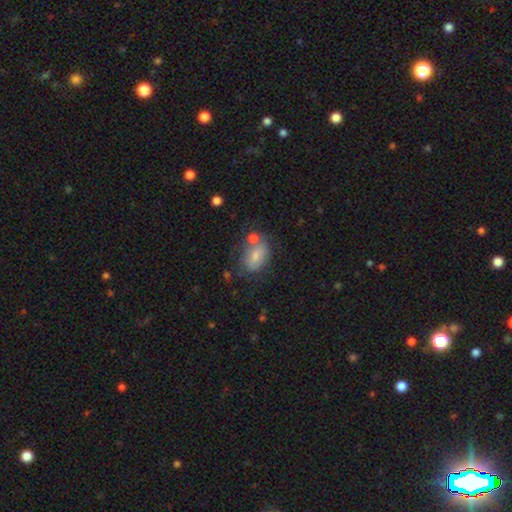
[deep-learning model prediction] Smooth or featured? Predicted: smooth (p=0.72). How rounded? Predicted: in between (p=0.84). Merging? Predicted: none (p=0.49).